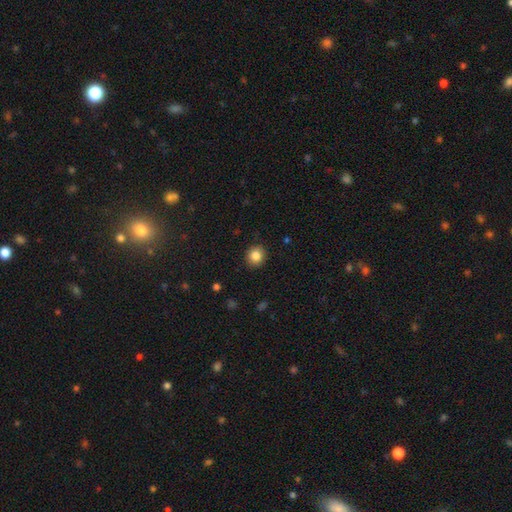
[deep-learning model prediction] Smooth or featured?
  - smooth: 84% *
  - star or artifact: 10%
  - featured or disk: 6%
How rounded?
  - round: 82% *
  - in between: 17%
  - cigar-shaped: 1%
Merging?
  - none: 90% *
  - minor disturbance: 7%
  - major disturbance: 2%
  - merger: 1%